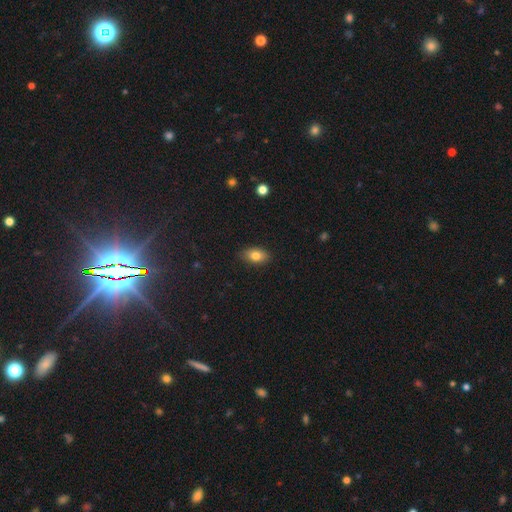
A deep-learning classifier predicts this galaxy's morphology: Smooth or featured?
  - smooth: 80% *
  - featured or disk: 12%
  - star or artifact: 9%
How rounded?
  - in between: 88% *
  - round: 9%
  - cigar-shaped: 3%
Merging?
  - none: 86% *
  - minor disturbance: 11%
  - major disturbance: 2%
  - merger: 1%